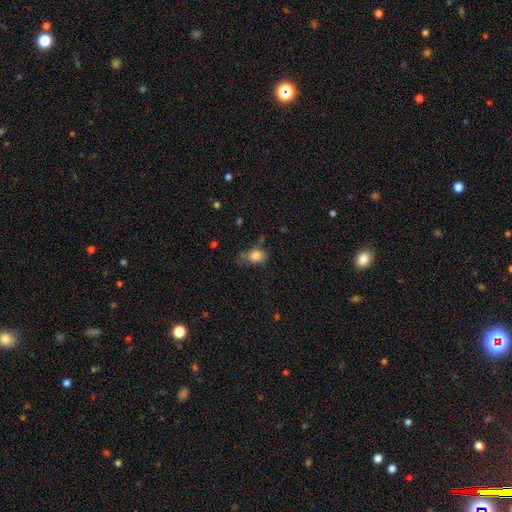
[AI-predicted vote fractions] This is likely a smooth galaxy (78%). How rounded: likely in between (68%). Merging: marginally none (44%).